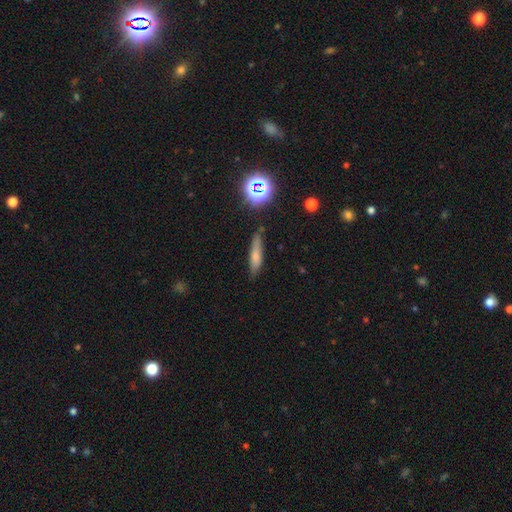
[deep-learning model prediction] A smooth galaxy with no disk features (66%) that is cigar-shaped (78%). Merging: none (74%).